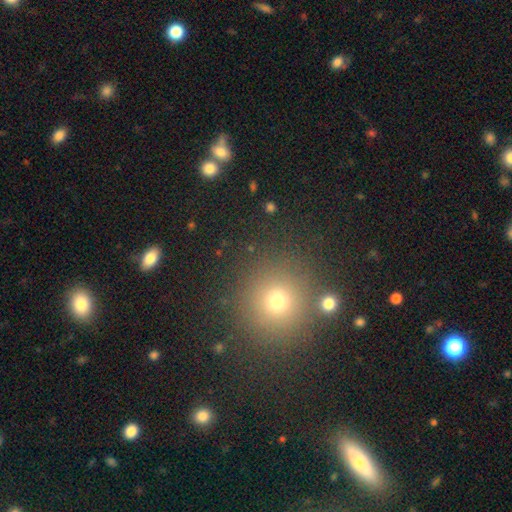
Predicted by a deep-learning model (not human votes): smooth 58%, star or artifact 32%, featured or disk 9%. Down the decision tree: how rounded — round (93%); merging — none (88%).